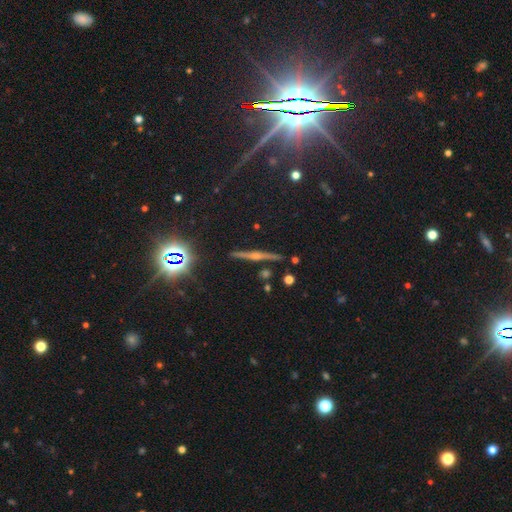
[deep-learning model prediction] Smooth or featured? featured or disk (71%)
Edge-on disk? yes (97%)
Edge-on bulge? rounded (85%)
Merging? none (89%)